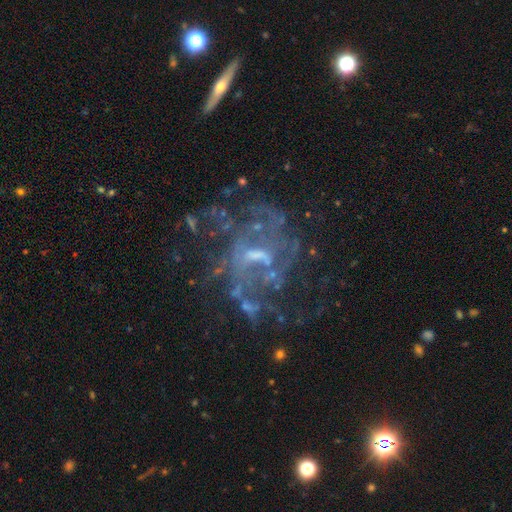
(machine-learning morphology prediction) Smooth or featured? featured or disk (78%)
Edge-on disk? no (97%)
Bar? weak (52%)
Spiral arms? yes (64%)
Bulge size? small (44%)
Merging? none (49%)